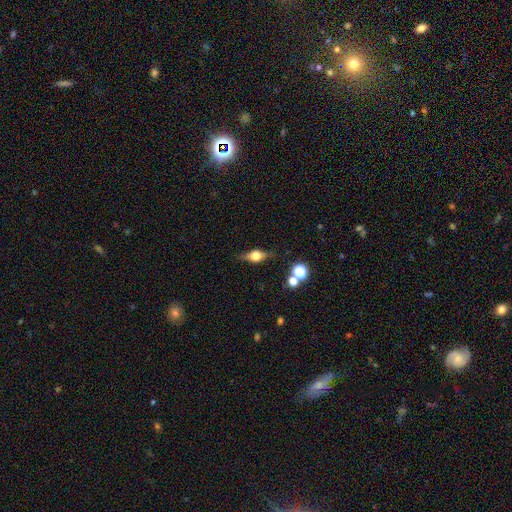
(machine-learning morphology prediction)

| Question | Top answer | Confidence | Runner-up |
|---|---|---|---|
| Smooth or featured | featured or disk | 53% | smooth (37%) |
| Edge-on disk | yes | 92% | no (8%) |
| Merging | none | 80% | minor disturbance (13%) |